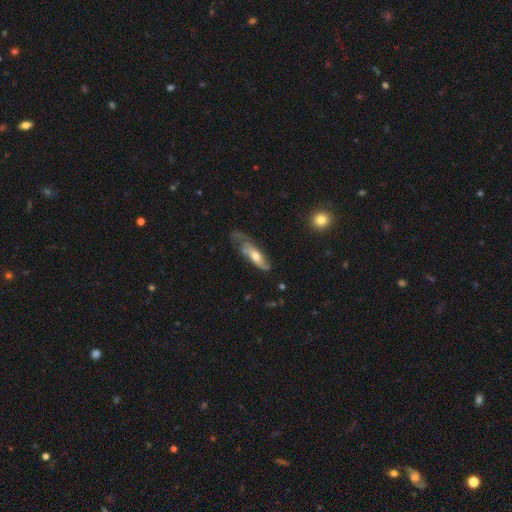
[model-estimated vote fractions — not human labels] The model was most divided on "merging": none: 41%, minor disturbance: 33%, major disturbance: 22%, merger: 4%. More confident: edge-on disk — no (59%); smooth or featured — featured or disk (52%).